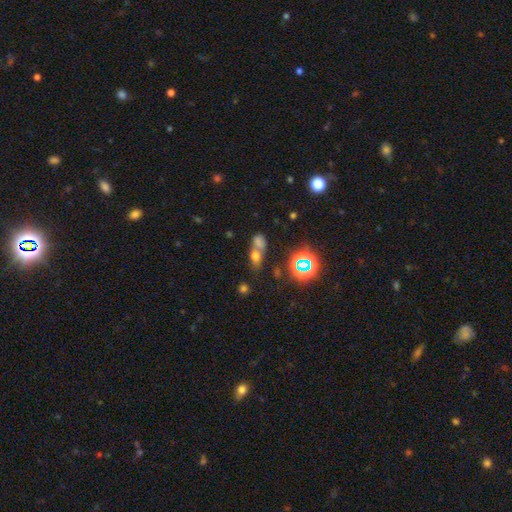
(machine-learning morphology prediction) This is possibly a smooth galaxy (57%). How rounded: possibly in between (57%). Merging: possibly merger (56%).